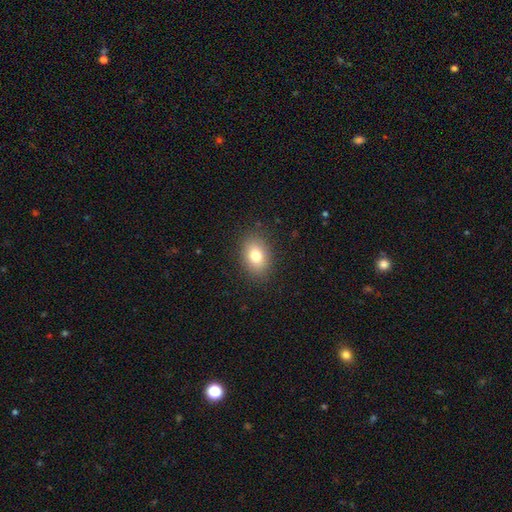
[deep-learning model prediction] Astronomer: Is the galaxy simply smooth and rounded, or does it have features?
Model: smooth — 79%.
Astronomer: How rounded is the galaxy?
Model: in between — 78%.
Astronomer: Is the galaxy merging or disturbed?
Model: none — 87%.